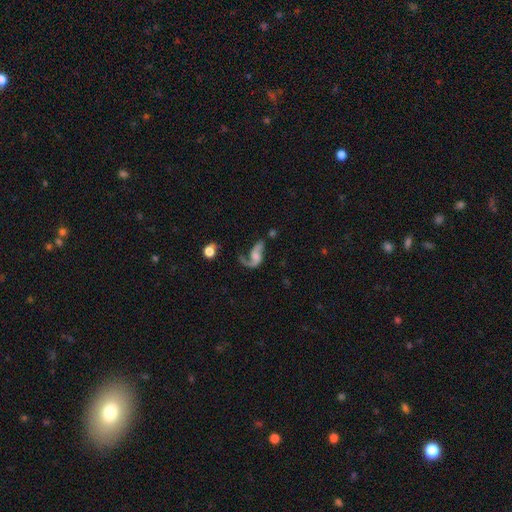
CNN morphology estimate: featured or disk 76%, smooth 15%, star or artifact 8%. Down the decision tree: edge-on disk — no (96%); bar — no (56%); spiral arms — yes (91%); spiral arm count — 2 (72%); spiral winding — loose (79%); bulge size — none (41%); merging — none (39%).